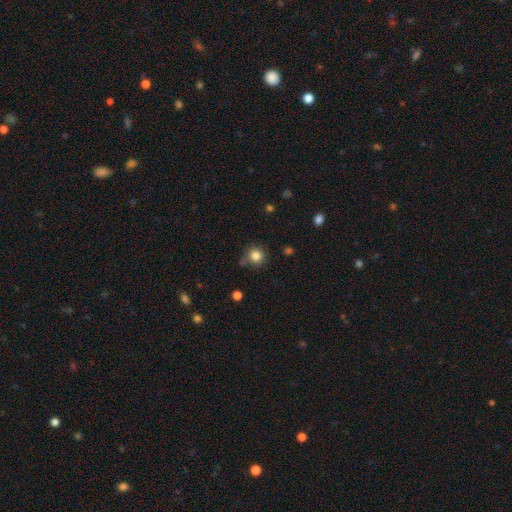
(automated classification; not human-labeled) The model was most divided on "merging": none: 77%, minor disturbance: 13%, merger: 6%, major disturbance: 4%. More confident: how rounded — round (92%); smooth or featured — smooth (82%).